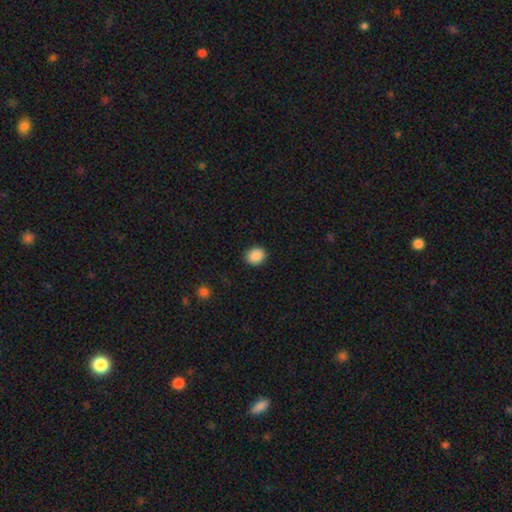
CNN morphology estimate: Smooth or featured? Predicted: smooth (p=0.89). How rounded? Predicted: round (p=0.71). Merging? Predicted: none (p=0.89).